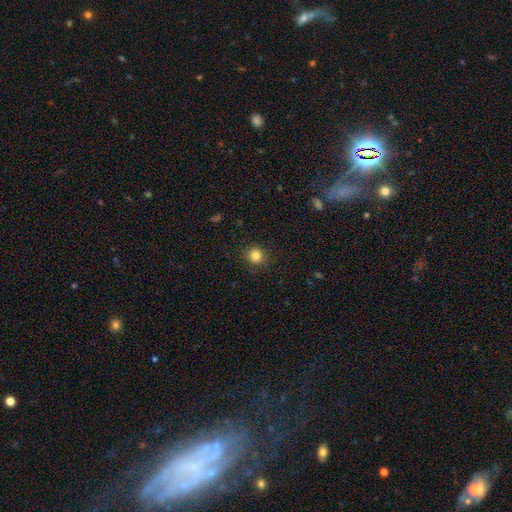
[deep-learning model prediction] smooth-or-featured: smooth: 83% | star or artifact: 12% | featured or disk: 5%
  how-rounded: round: 91% | in between: 8% | cigar-shaped: 1%
  merging: none: 90% | minor disturbance: 7% | major disturbance: 2% | merger: 1%